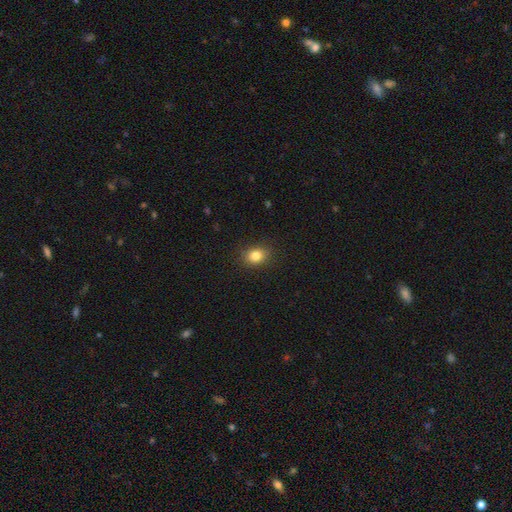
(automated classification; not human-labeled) Smooth or featured: smooth — 83% (star or artifact — 11%)
How rounded: in between — 51% (round — 48%)
Merging: none — 88% (minor disturbance — 9%)